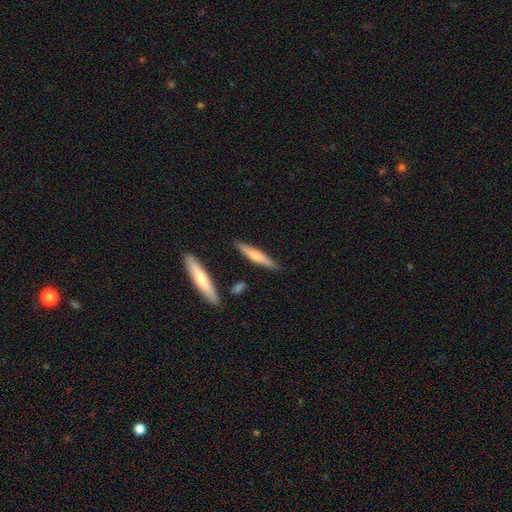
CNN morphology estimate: A smooth galaxy with no disk features (51%) that is cigar-shaped (86%).

Vote fractions:
- Smooth or featured? smooth: 51% / featured or disk: 44% / star or artifact: 5%
- How rounded? cigar-shaped: 86% / in between: 13% / round: 2%
- Merging? none: 84% / minor disturbance: 10% / merger: 4% / major disturbance: 2%